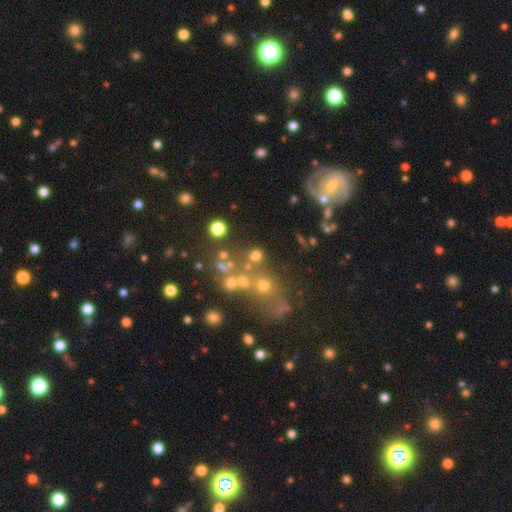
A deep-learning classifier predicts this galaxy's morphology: Q: Smooth or featured?
A: smooth (57%); runner-up: star or artifact (24%)
Q: How rounded?
A: round (81%); runner-up: in between (17%)
Q: Merging?
A: none (58%); runner-up: merger (22%)